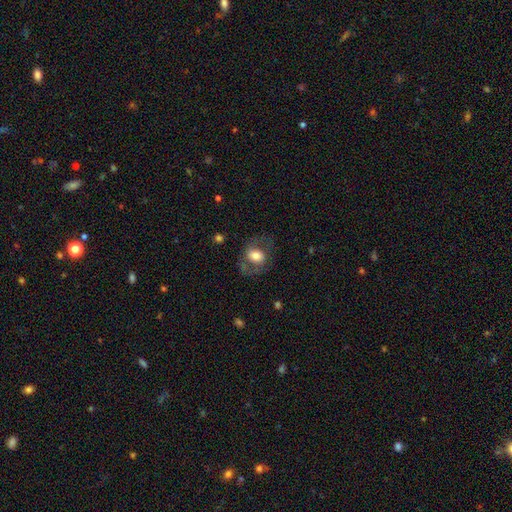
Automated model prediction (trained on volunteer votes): This is possibly a smooth galaxy (54%). How rounded: possibly in between (55%). Merging: likely none (64%).